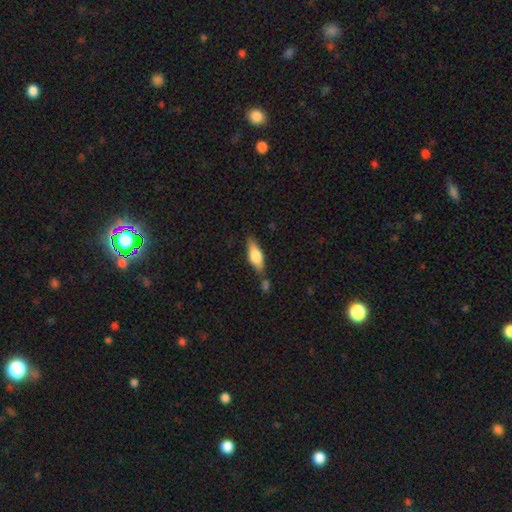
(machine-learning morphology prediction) This is possibly a smooth galaxy (58%). How rounded: likely in between (60%). Merging: likely none (70%).